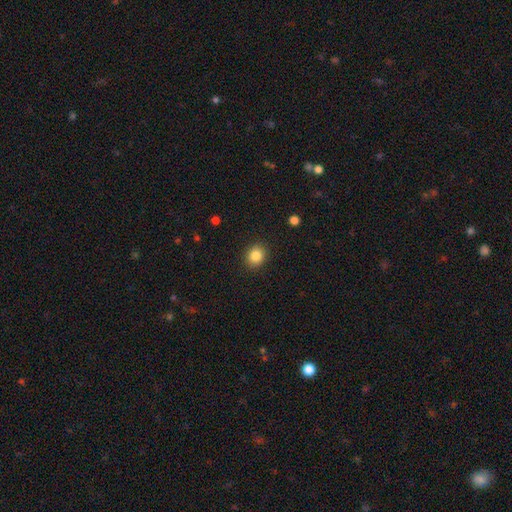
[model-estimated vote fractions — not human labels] Overall: smooth (85%). How rounded: round (73%). Merging: none (90%).